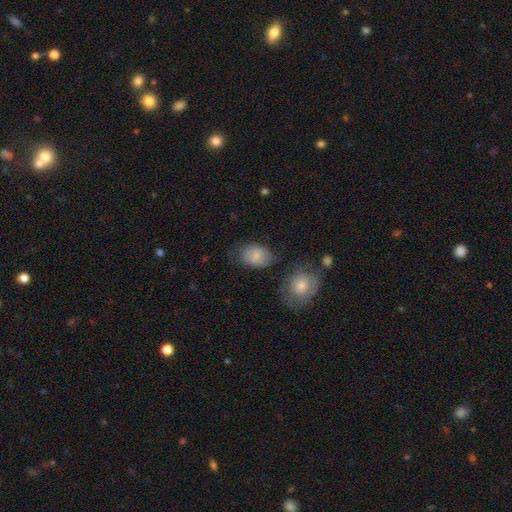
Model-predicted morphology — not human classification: Smooth or featured? Predicted: smooth (p=0.79). How rounded? Predicted: in between (p=0.76). Merging? Predicted: none (p=0.67).